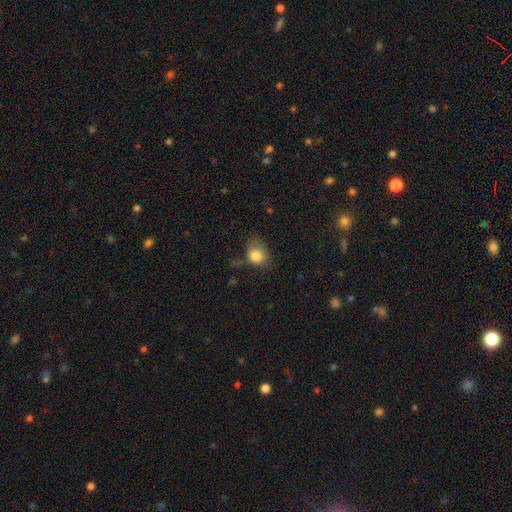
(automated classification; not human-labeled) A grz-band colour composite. It shows a smooth galaxy with no disk features (80%) that is round (52%). Merging: none (43%).